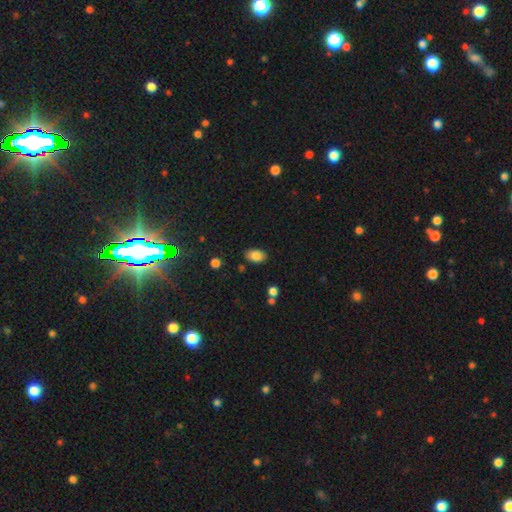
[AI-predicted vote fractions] smooth_or_featured: smooth (p=0.84) [alt: star or artifact p=0.08]
how_rounded: in between (p=0.91) [alt: round p=0.07]
merging: none (p=0.84) [alt: minor disturbance p=0.11]